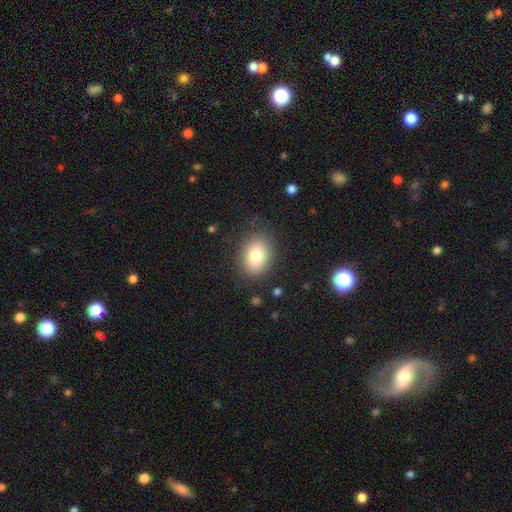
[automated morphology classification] Smooth or featured? smooth (80%)
How rounded? in between (68%)
Merging? none (84%)